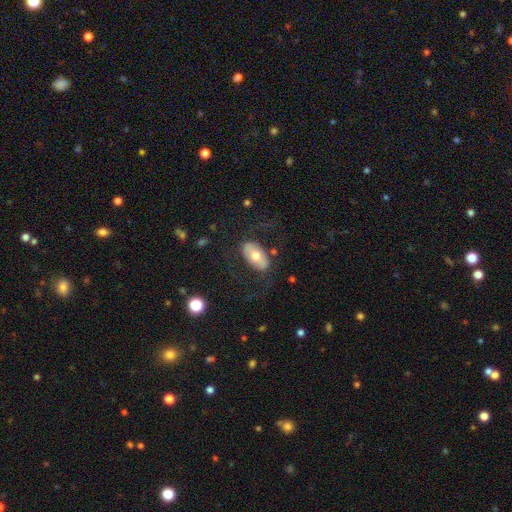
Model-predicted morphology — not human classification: Smooth or featured?
  - smooth: 55% *
  - featured or disk: 39%
  - star or artifact: 6%
How rounded?
  - in between: 93% *
  - round: 5%
  - cigar-shaped: 2%
Merging?
  - none: 71% *
  - minor disturbance: 15%
  - major disturbance: 13%
  - merger: 2%